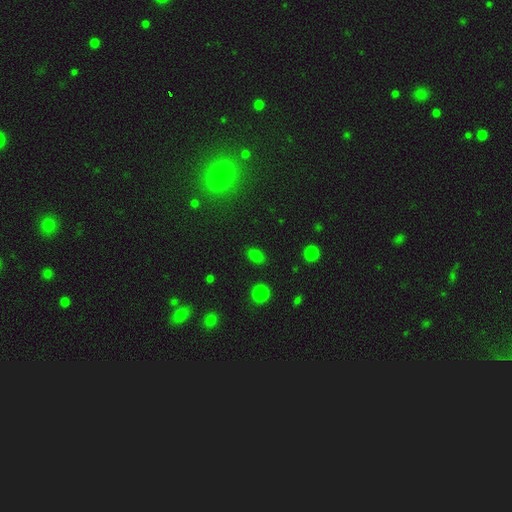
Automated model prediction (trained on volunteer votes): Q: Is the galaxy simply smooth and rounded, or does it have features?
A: smooth — 79%.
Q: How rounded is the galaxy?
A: in between — 80%.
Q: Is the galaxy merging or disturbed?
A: none — 86%.